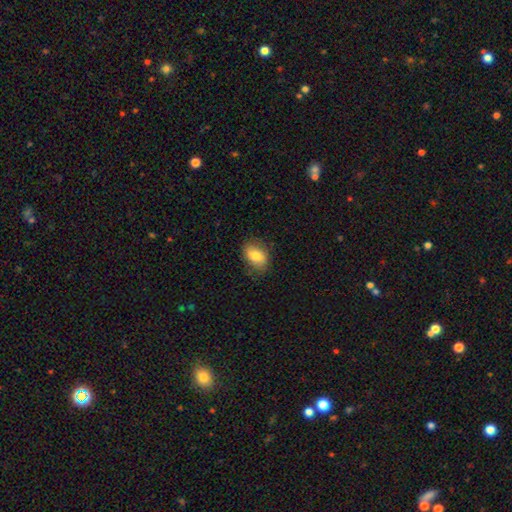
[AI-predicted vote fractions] A smooth galaxy with no disk features (77%) that is in between round and cigar-shaped (81%).

Vote fractions:
- Smooth or featured? smooth: 77% / featured or disk: 15% / star or artifact: 8%
- How rounded? in between: 81% / round: 17% / cigar-shaped: 2%
- Merging? none: 78% / minor disturbance: 17% / major disturbance: 4% / merger: 1%